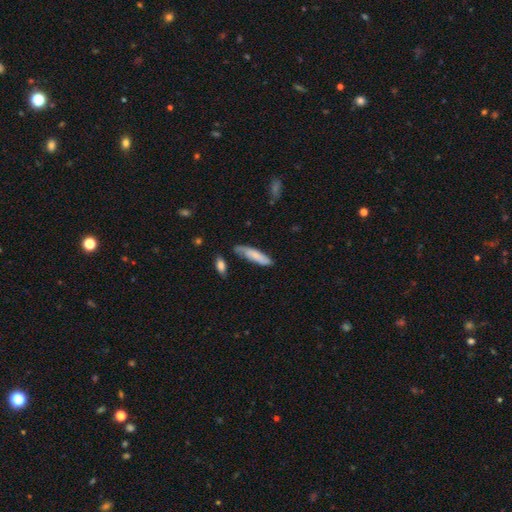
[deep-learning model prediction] smooth-or-featured: smooth: 72% | featured or disk: 22% | star or artifact: 6%
  how-rounded: cigar-shaped: 68% | in between: 30% | round: 1%
  merging: none: 64% | minor disturbance: 25% | major disturbance: 6% | merger: 5%